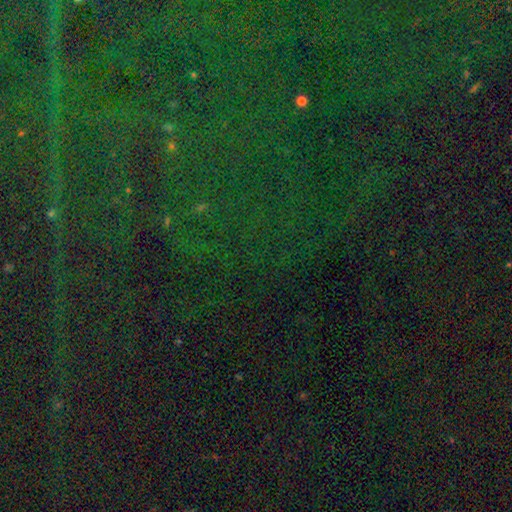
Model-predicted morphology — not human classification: Overall: star or artifact (85%).